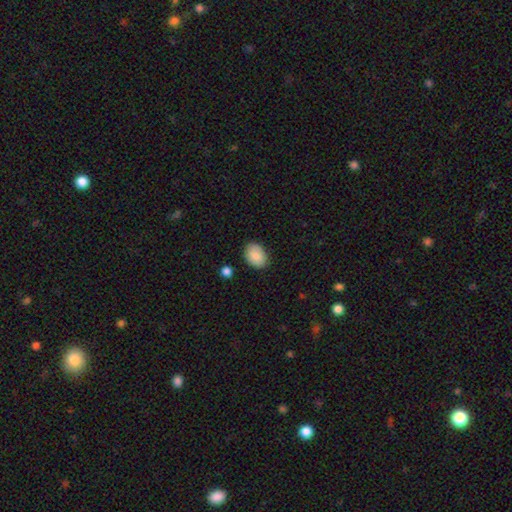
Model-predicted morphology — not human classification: Smooth or featured? smooth (86%)
How rounded? in between (76%)
Merging? none (83%)